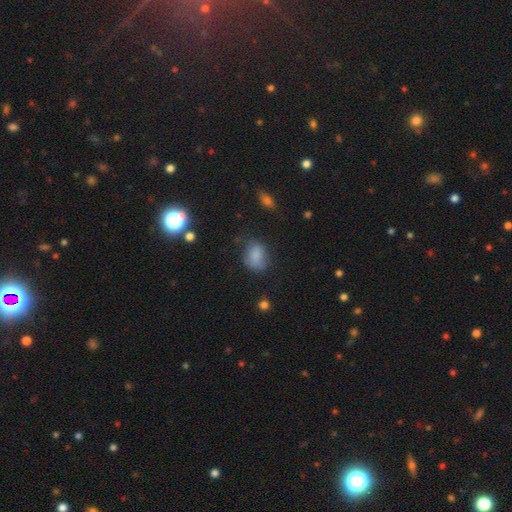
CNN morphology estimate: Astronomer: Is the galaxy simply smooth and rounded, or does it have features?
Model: smooth — 82%.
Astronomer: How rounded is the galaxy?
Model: in between — 54% (runner-up: round, 44%).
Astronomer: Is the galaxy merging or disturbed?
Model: none — 58%.